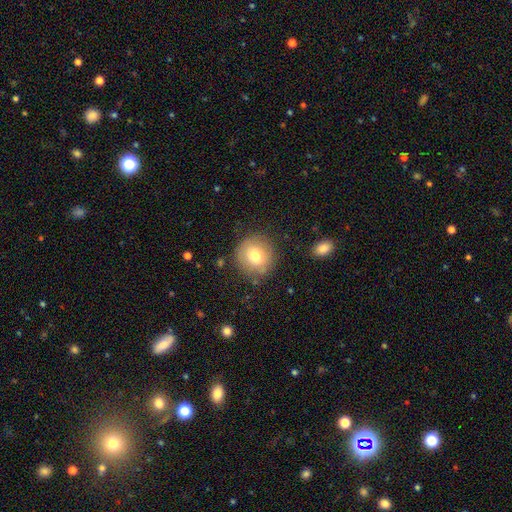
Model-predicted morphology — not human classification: Smooth or featured: smooth — 74% (featured or disk — 16%)
How rounded: round — 91% (in between — 8%)
Merging: none — 83% (minor disturbance — 11%)